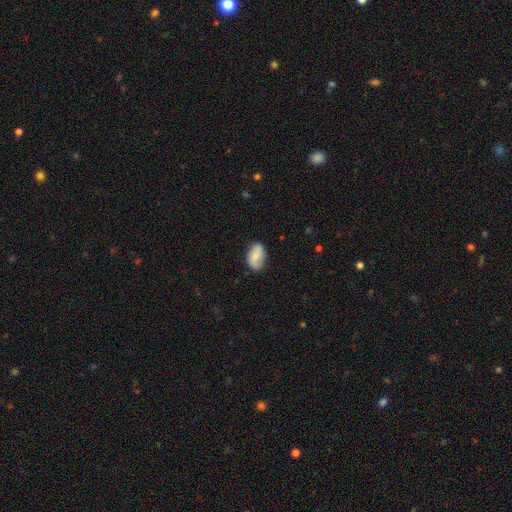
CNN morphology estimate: Q: Smooth or featured?
A: smooth (72%); runner-up: featured or disk (21%)
Q: How rounded?
A: in between (91%); runner-up: round (8%)
Q: Merging?
A: none (72%); runner-up: minor disturbance (22%)